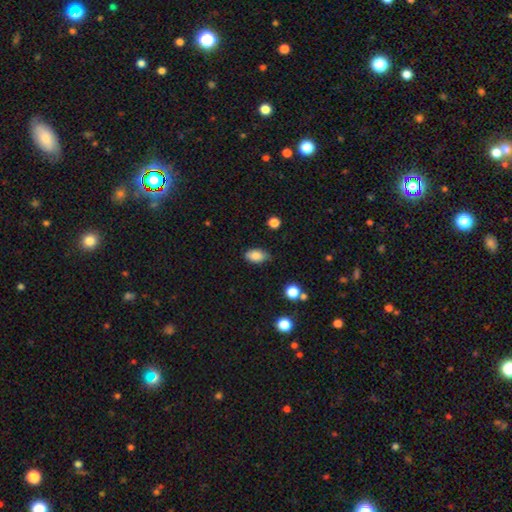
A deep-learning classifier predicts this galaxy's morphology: Smooth or featured? smooth (85%)
How rounded? in between (91%)
Merging? none (77%)